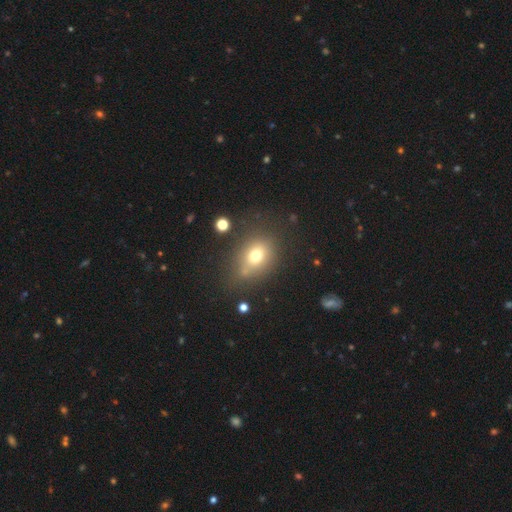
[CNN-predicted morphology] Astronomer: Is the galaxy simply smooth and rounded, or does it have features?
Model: smooth — 69%.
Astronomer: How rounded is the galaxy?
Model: in between — 54% (runner-up: round, 44%).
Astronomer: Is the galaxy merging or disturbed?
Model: none — 65%.